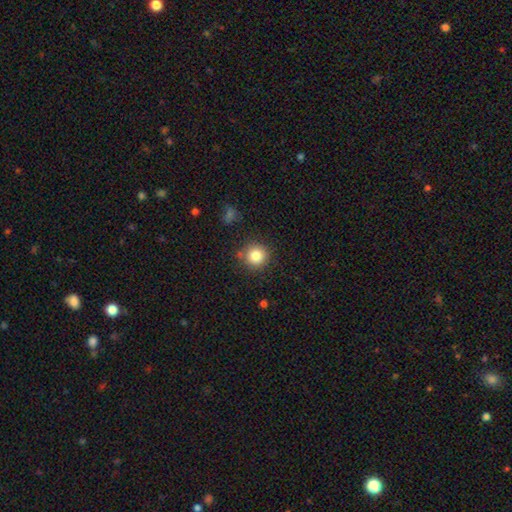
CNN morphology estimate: Smooth or featured? Predicted: smooth (p=0.82). How rounded? Predicted: round (p=0.93). Merging? Predicted: none (p=0.85).